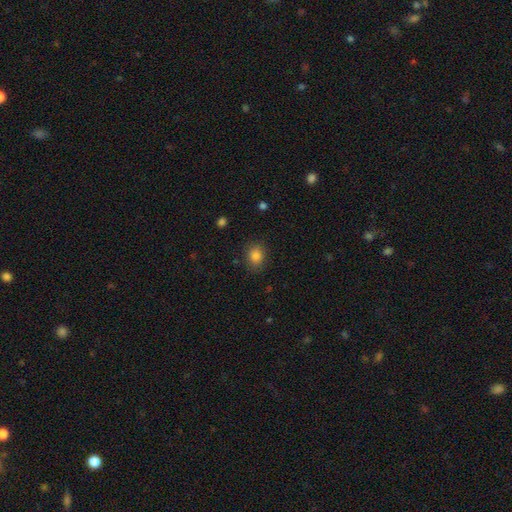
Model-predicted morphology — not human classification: A smooth galaxy with no disk features (84%) that is round (55%).

Vote fractions:
- Smooth or featured? smooth: 84% / star or artifact: 11% / featured or disk: 5%
- How rounded? round: 55% / in between: 44% / cigar-shaped: 1%
- Merging? none: 84% / minor disturbance: 11% / major disturbance: 3% / merger: 1%